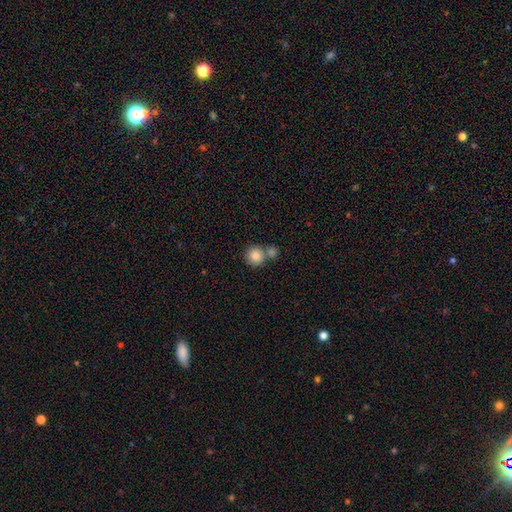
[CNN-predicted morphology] Q: Smooth or featured?
A: smooth (85%); runner-up: star or artifact (9%)
Q: How rounded?
A: round (92%); runner-up: in between (7%)
Q: Merging?
A: none (54%); runner-up: merger (35%)